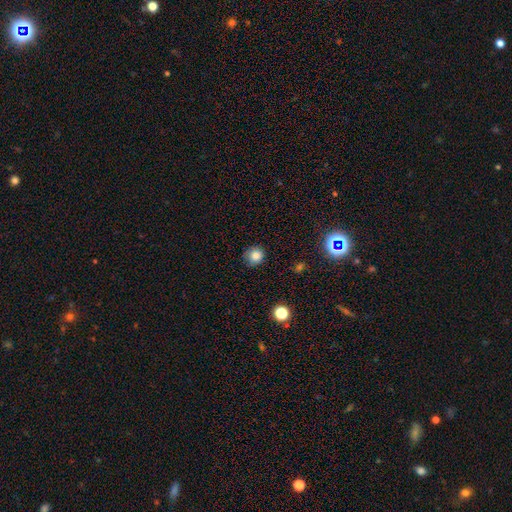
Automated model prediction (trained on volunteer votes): smooth-or-featured: smooth: 83% | star or artifact: 12% | featured or disk: 5%
  how-rounded: round: 89% | in between: 10% | cigar-shaped: 1%
  merging: none: 79% | minor disturbance: 16% | major disturbance: 3% | merger: 1%